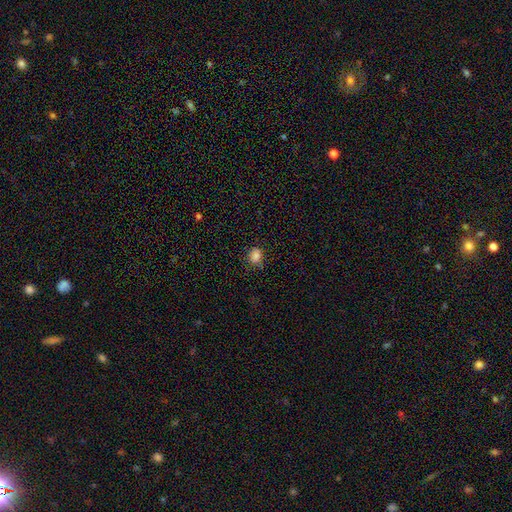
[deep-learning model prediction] Morphology: type=smooth (83%); roundness=round (52%); merging=none (76%).